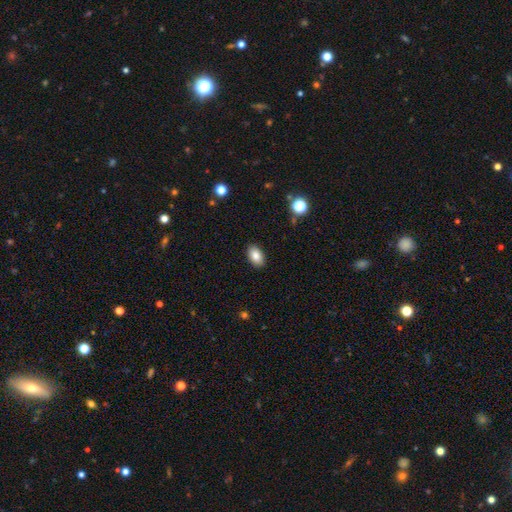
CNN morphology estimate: Smooth or featured?
  - smooth: 84% *
  - star or artifact: 8%
  - featured or disk: 7%
How rounded?
  - in between: 90% *
  - round: 8%
  - cigar-shaped: 1%
Merging?
  - none: 89% *
  - minor disturbance: 8%
  - major disturbance: 2%
  - merger: 1%